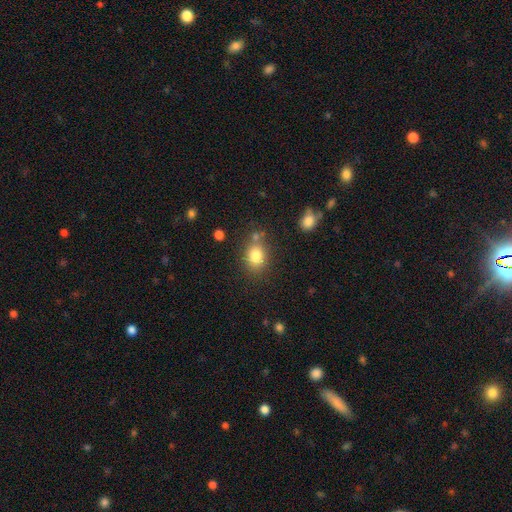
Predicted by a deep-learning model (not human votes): The model was most divided on "how rounded": in between: 51%, round: 48%, cigar-shaped: 1%. More confident: smooth or featured — smooth (81%); merging — none (70%).